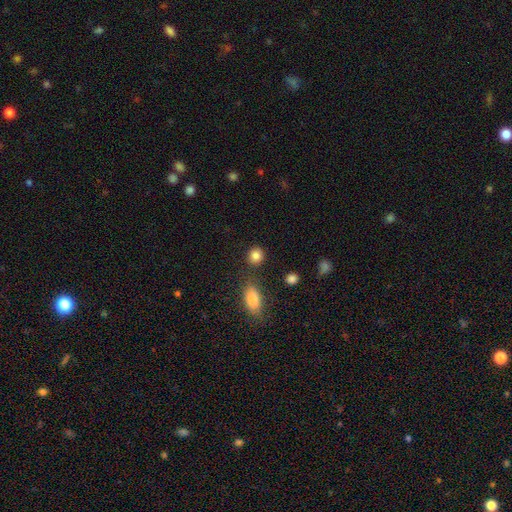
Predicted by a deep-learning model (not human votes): A smooth galaxy with no disk features (86%) that is round (82%).

Vote fractions:
- Smooth or featured? smooth: 86% / star or artifact: 10% / featured or disk: 5%
- How rounded? round: 82% / in between: 16% / cigar-shaped: 1%
- Merging? none: 82% / minor disturbance: 9% / merger: 6% / major disturbance: 3%